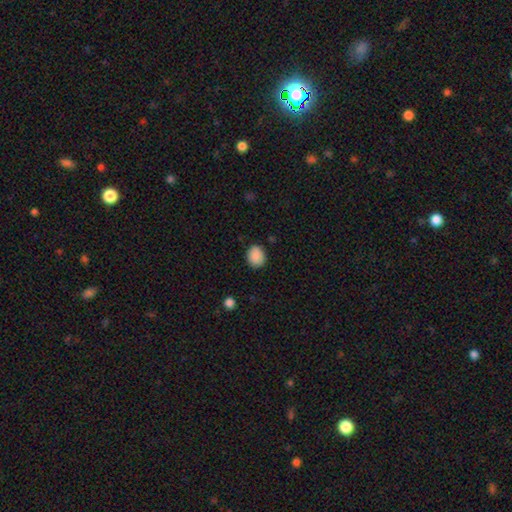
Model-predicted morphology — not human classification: smooth-or-featured: smooth: 89% | star or artifact: 8% | featured or disk: 3%
  how-rounded: round: 58% | in between: 41% | cigar-shaped: 1%
  merging: none: 86% | minor disturbance: 11% | major disturbance: 3% | merger: 1%